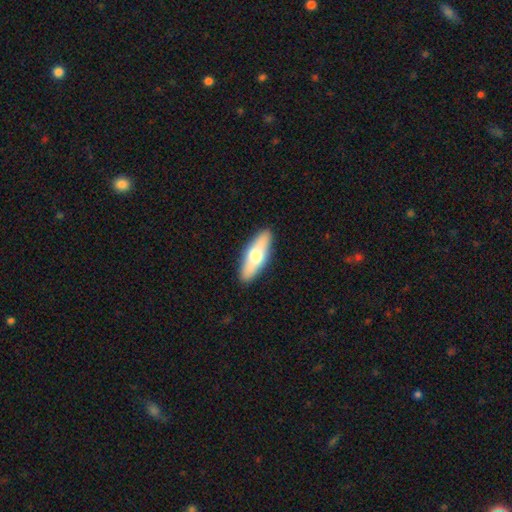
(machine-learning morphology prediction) smooth_or_featured: smooth (p=0.59) [alt: featured or disk p=0.35]
how_rounded: in between (p=0.52) [alt: cigar-shaped p=0.45]
merging: none (p=0.89) [alt: minor disturbance p=0.08]